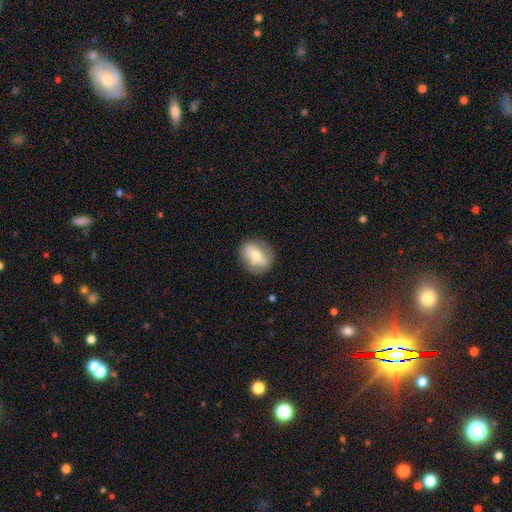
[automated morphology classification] The model was most divided on "smooth or featured": smooth: 52%, featured or disk: 40%, star or artifact: 8%. More confident: merging — none (80%); how rounded — round (56%).